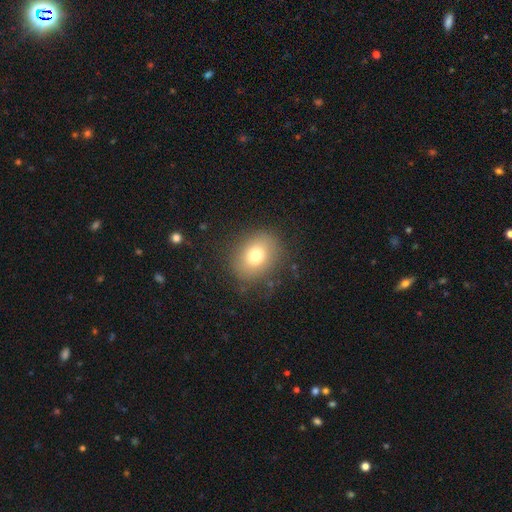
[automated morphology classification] Smooth or featured? smooth (74%)
How rounded? round (56%)
Merging? none (81%)